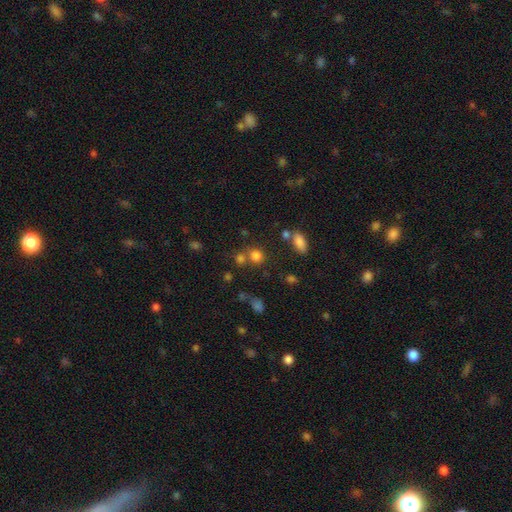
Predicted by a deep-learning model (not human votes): Overall: smooth (76%). How rounded: round (81%). Merging: none (59%; merger 26%).